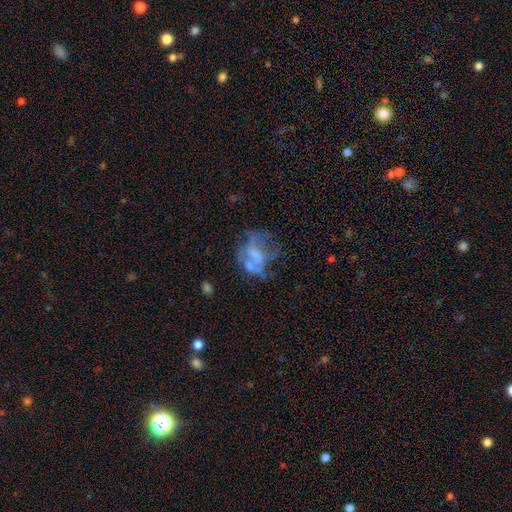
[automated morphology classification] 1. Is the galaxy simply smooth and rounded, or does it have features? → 56% featured or disk, 30% smooth, 14% star or artifact.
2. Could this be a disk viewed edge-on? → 97% no, 3% yes.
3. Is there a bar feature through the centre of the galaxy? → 72% no, 21% weak, 7% strong.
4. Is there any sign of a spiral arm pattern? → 84% no, 16% yes.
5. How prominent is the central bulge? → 46% none, 27% moderate, 20% small, 6% large, 1% dominant.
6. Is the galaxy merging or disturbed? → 33% major disturbance, 30% none, 19% merger, 17% minor disturbance.